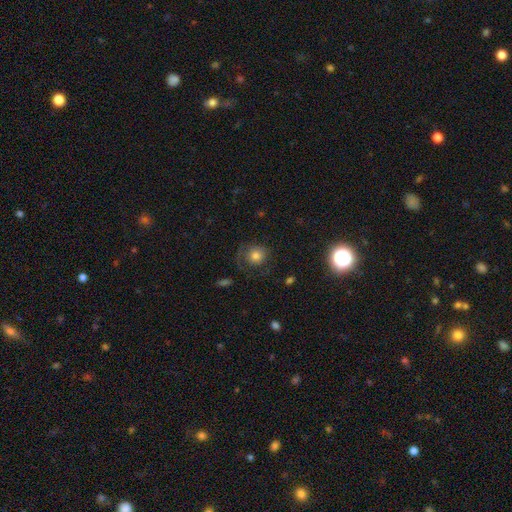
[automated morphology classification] A smooth galaxy with no disk features (71%) that is round (87%). Merging: none (62%).